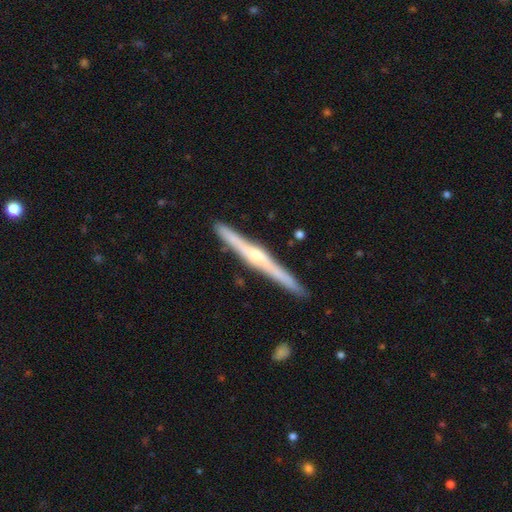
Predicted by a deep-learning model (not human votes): This is likely a featured or disk galaxy (79%). It is clearly viewed edge-on (98%). Edge-on bulge: clearly rounded (81%). Merging: clearly none (91%).